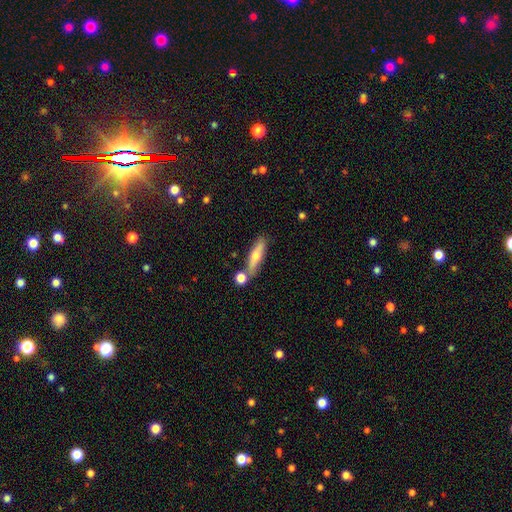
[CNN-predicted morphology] smooth 52%, featured or disk 41%, star or artifact 7%. Down the decision tree: how rounded — cigar-shaped (69%); merging — none (68%).